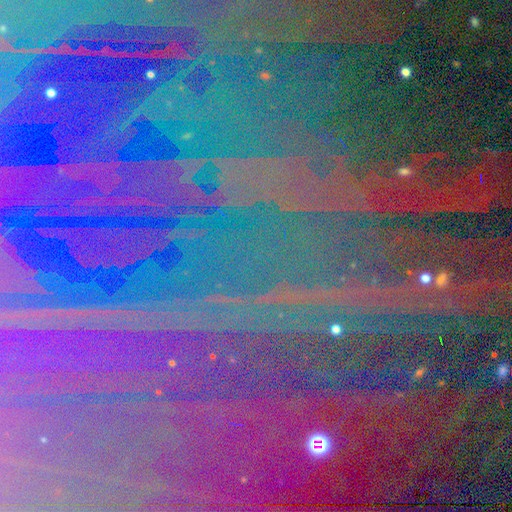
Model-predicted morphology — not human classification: This is clearly a star or artifact rather than a galaxy (89%).